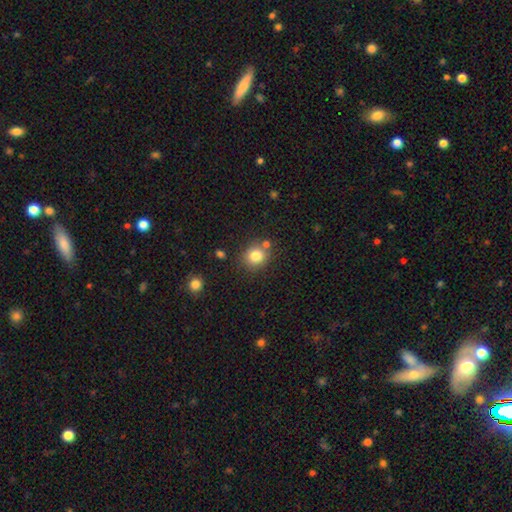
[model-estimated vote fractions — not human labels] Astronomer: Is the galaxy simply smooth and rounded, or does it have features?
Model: smooth — 81%.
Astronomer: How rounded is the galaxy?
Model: round — 82%.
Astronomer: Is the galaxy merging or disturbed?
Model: none — 77%.